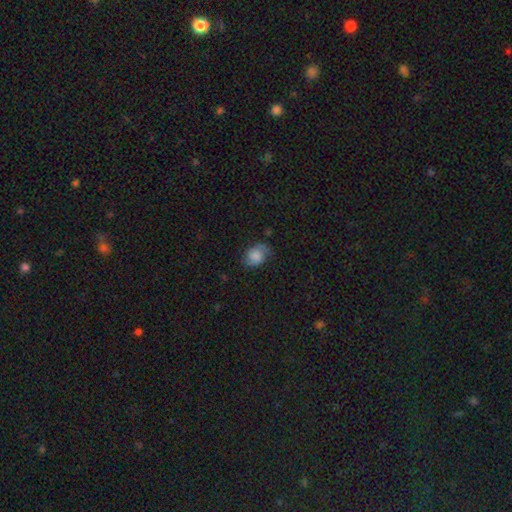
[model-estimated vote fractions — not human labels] Q: Smooth or featured?
A: smooth (73%); runner-up: featured or disk (18%)
Q: How rounded?
A: in between (70%); runner-up: round (29%)
Q: Merging?
A: none (63%); runner-up: minor disturbance (27%)